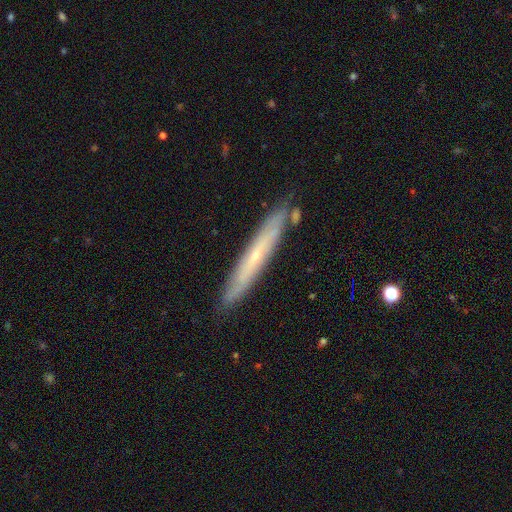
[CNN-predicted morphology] Overall: featured or disk (62%; smooth 32%). Edge-on disk: yes (80%). Merging: none (85%).